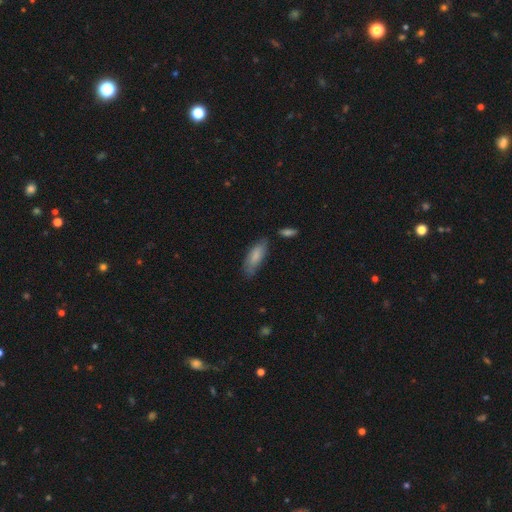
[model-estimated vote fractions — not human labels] The model was most divided on "how rounded": in between: 69%, cigar-shaped: 30%, round: 2%. More confident: smooth or featured — smooth (79%); merging — none (71%).